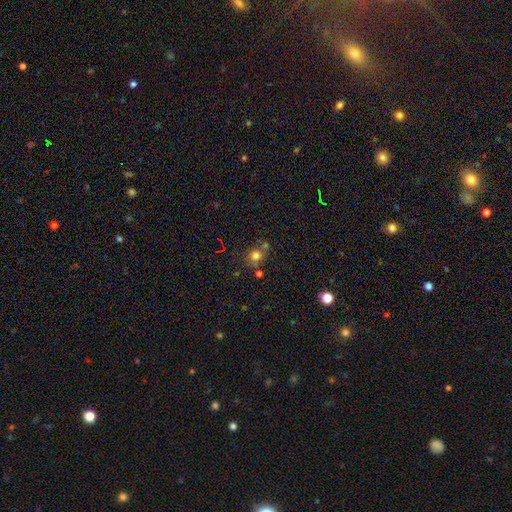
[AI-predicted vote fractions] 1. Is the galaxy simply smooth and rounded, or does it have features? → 74% smooth, 16% star or artifact, 9% featured or disk.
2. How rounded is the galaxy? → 82% round, 17% in between, 1% cigar-shaped.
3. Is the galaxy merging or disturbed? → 64% none, 19% merger, 13% minor disturbance, 4% major disturbance.